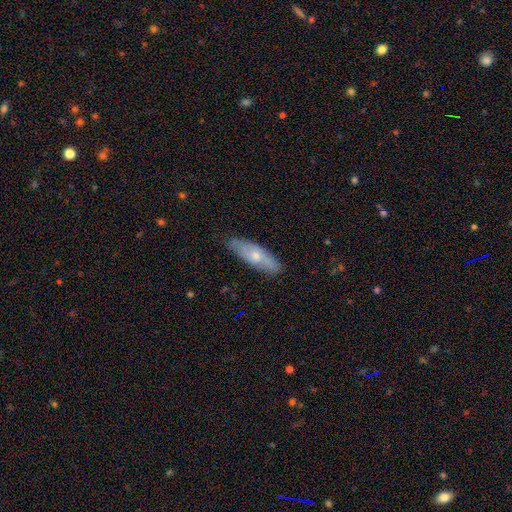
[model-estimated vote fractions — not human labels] smooth 52%, featured or disk 42%, star or artifact 6%. Down the decision tree: how rounded — in between (52%); merging — none (78%).